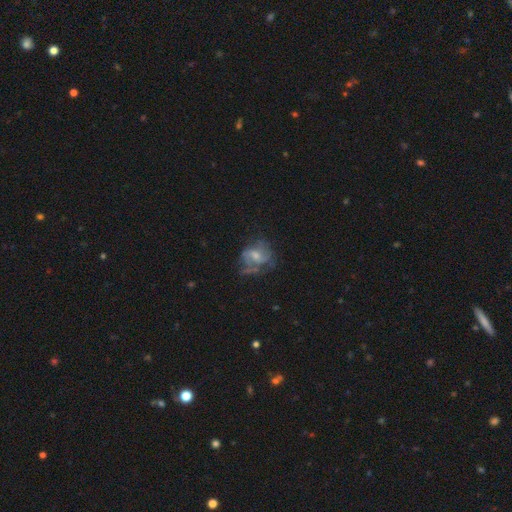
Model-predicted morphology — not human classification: Overall: featured or disk (59%; smooth 31%). Edge-on disk: no (97%). Bar: no (55%; weak 37%). Spiral arms: yes (60%; no 40%). Bulge size: small (45%; moderate 38%). Merging: none (40%; major disturbance 32%).